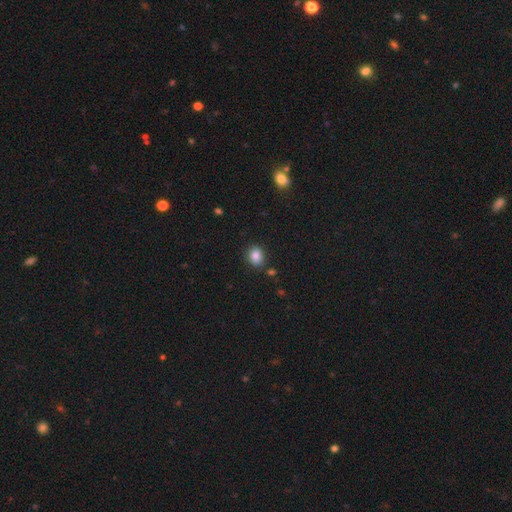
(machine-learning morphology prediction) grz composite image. It shows a smooth galaxy with no disk features (84%) that is round (51%). Merging: none (83%).